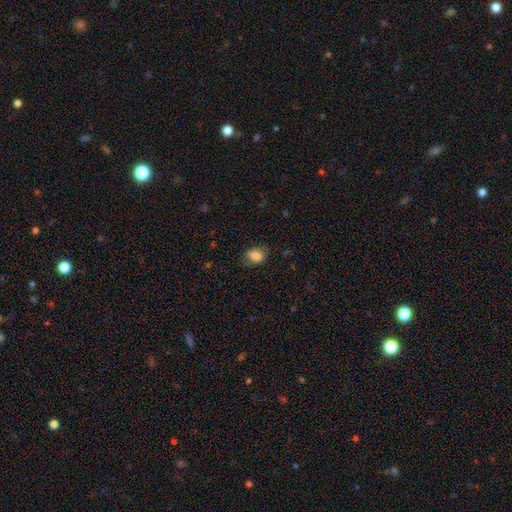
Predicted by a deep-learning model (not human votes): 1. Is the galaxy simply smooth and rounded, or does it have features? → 83% smooth, 9% featured or disk, 8% star or artifact.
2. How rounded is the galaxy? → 72% in between, 27% round, 1% cigar-shaped.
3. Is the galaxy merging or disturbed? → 71% none, 21% minor disturbance, 7% major disturbance, 1% merger.